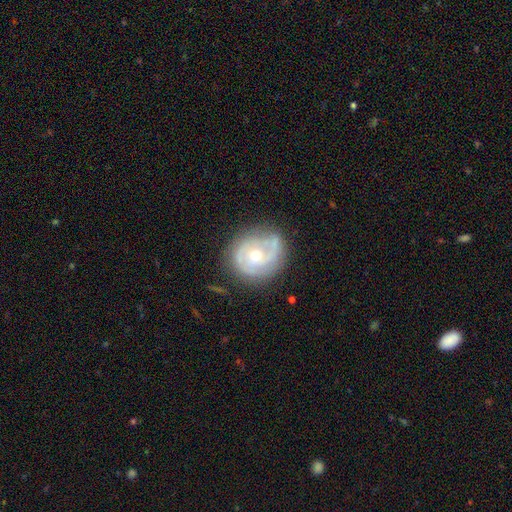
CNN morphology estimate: smooth_or_featured: featured or disk (p=0.78) [alt: smooth p=0.16]
disk_edge_on: no (p=0.97) [alt: yes p=0.03]
bar: no (p=0.71) [alt: weak p=0.24]
has_spiral_arms: yes (p=0.88) [alt: no p=0.12]
spiral_winding: tight (p=0.53) [alt: medium p=0.35]
spiral_arm_count: 2 (p=0.47) [alt: can't tell p=0.24]
bulge_size: moderate (p=0.65) [alt: small p=0.30]
merging: none (p=0.70) [alt: minor disturbance p=0.21]